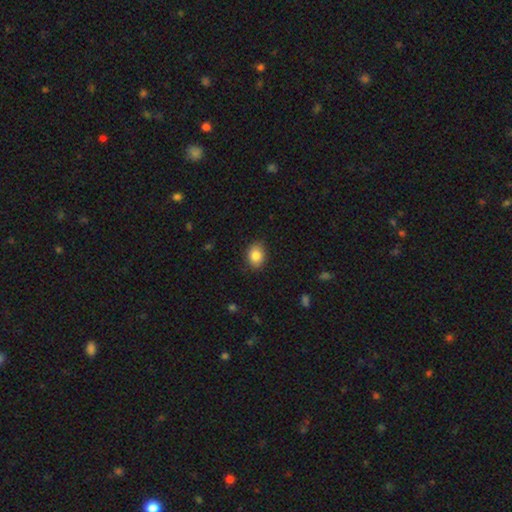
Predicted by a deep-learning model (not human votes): This appears to be a smooth galaxy with no disk features (86%) that is in between round and cigar-shaped (62%). Merging: none (85%).